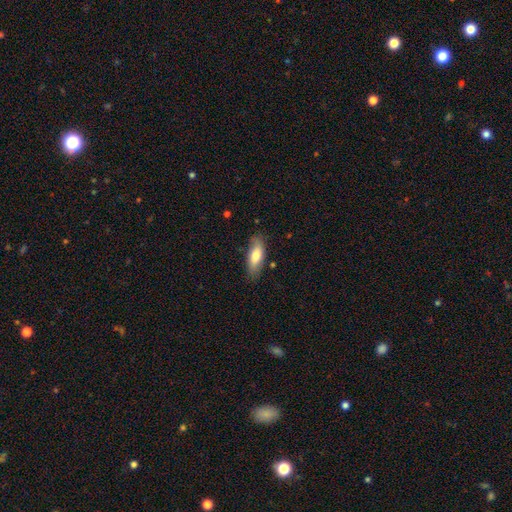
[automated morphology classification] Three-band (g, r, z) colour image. It shows a smooth galaxy with no disk features (75%) that is in between round and cigar-shaped (73%). Merging: none (78%).